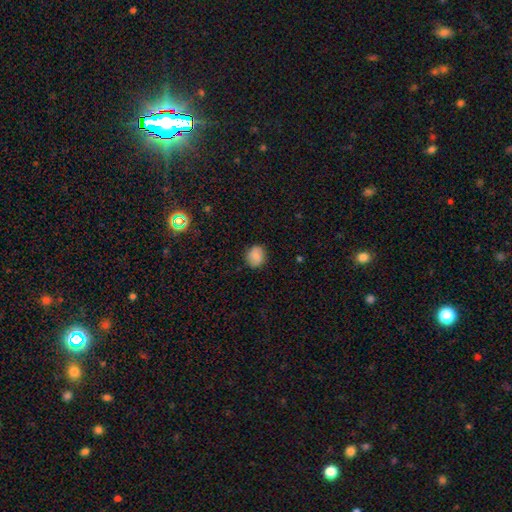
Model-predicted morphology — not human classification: Smooth or featured? Predicted: smooth (p=0.81). How rounded? Predicted: round (p=0.77). Merging? Predicted: none (p=0.85).